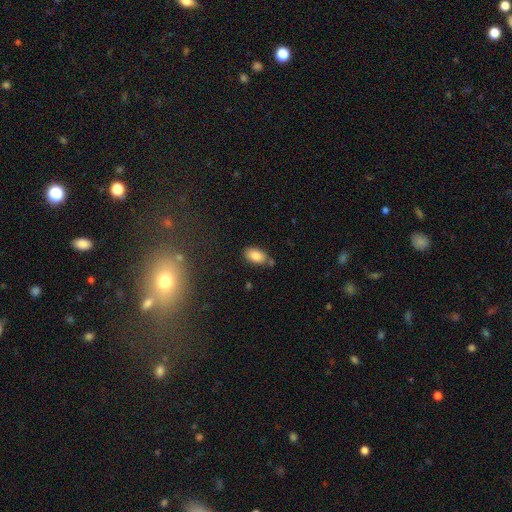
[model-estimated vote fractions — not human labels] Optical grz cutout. It shows a smooth galaxy with no disk features (84%) that is in between round and cigar-shaped (93%). Merging: none (69%).